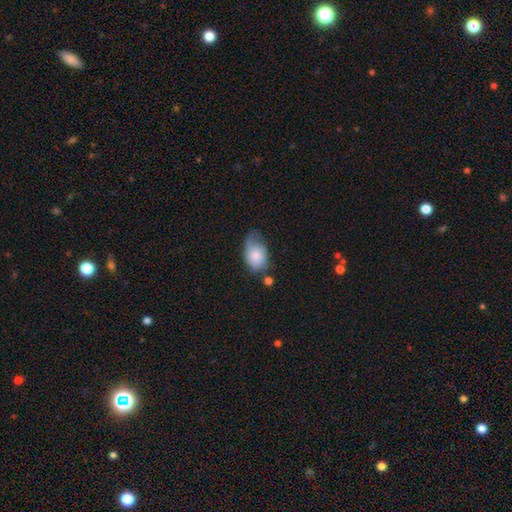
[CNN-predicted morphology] smooth-or-featured: smooth: 73% | featured or disk: 20% | star or artifact: 7%
  how-rounded: in between: 82% | round: 16% | cigar-shaped: 1%
  merging: minor disturbance: 39% | none: 36% | major disturbance: 19% | merger: 7%